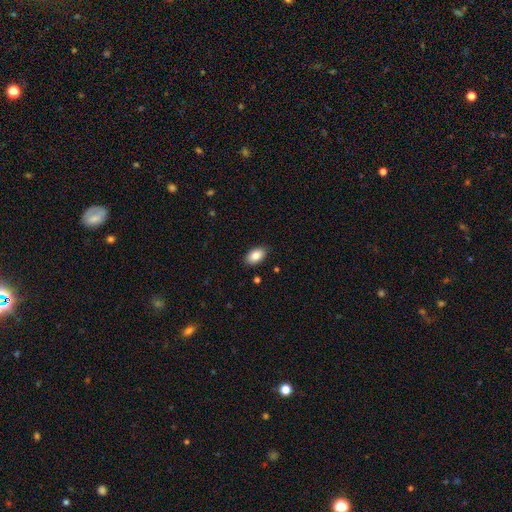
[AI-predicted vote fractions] smooth 86%, star or artifact 7%, featured or disk 7%. Down the decision tree: how rounded — in between (93%); merging — none (88%).